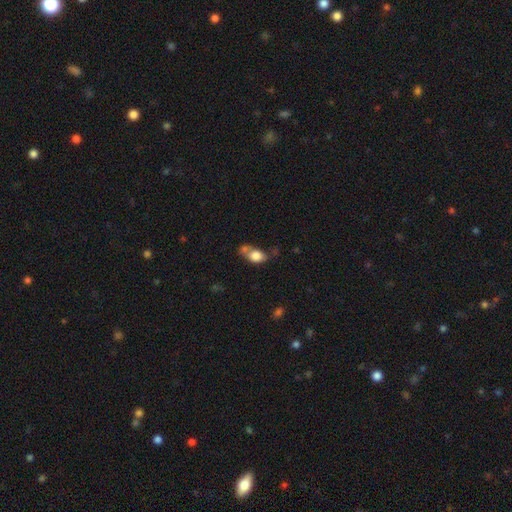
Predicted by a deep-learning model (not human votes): Smooth or featured: smooth — 76% (featured or disk — 15%)
How rounded: in between — 70% (round — 27%)
Merging: none — 32% (tied with merger — 32%)